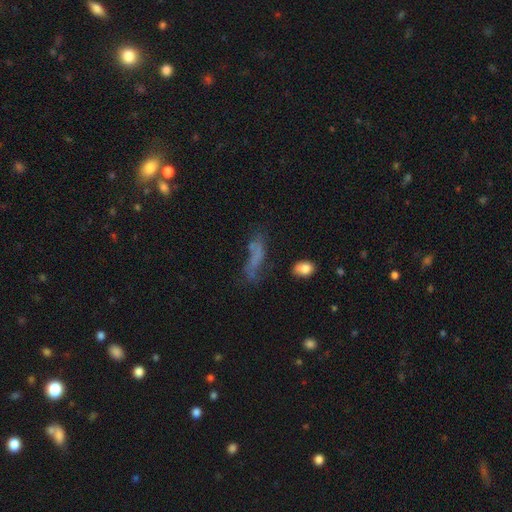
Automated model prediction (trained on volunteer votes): Smooth or featured? Predicted: smooth (p=0.49). Merging? Predicted: none (p=0.44).